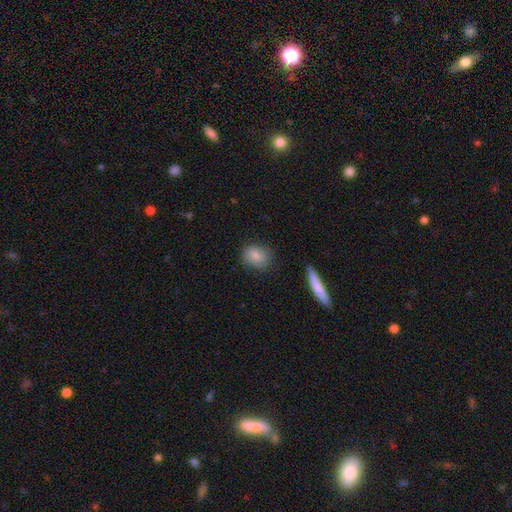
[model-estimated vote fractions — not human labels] Smooth or featured? smooth (78%)
How rounded? round (54%)
Merging? none (77%)